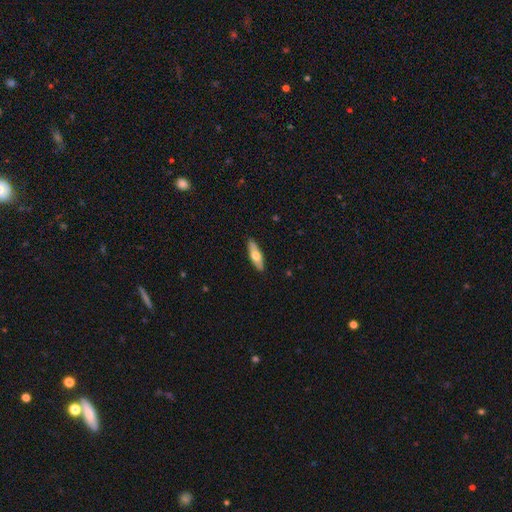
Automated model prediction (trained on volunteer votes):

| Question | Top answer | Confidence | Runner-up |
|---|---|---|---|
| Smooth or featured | smooth | 57% | featured or disk (37%) |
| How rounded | in between | 50% | cigar-shaped (47%) |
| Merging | none | 90% | minor disturbance (8%) |